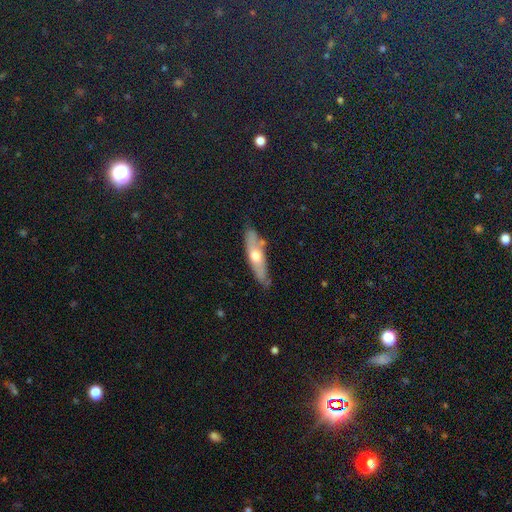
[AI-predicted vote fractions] smooth-or-featured: smooth: 47% (tied) | featured or disk: 47% (tied) | star or artifact: 6%
  merging: none: 76% | minor disturbance: 17% | merger: 4% | major disturbance: 3%